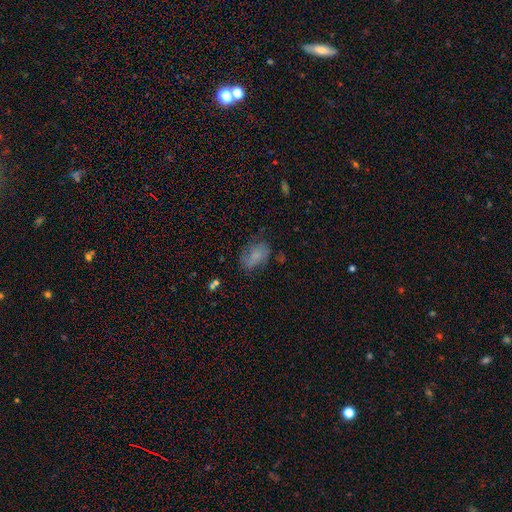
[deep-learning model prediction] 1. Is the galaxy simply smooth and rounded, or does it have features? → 69% smooth, 20% featured or disk, 11% star or artifact.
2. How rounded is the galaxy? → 81% in between, 17% round, 2% cigar-shaped.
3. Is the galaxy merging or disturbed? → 61% none, 25% minor disturbance, 11% major disturbance, 3% merger.